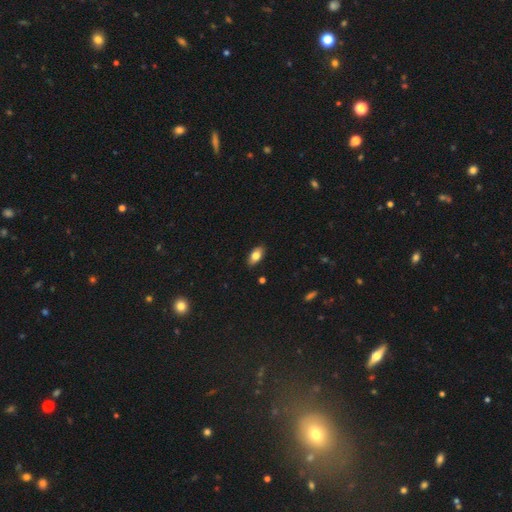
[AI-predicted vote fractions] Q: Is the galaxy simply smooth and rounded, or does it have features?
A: smooth — 77%.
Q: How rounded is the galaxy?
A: in between — 91%.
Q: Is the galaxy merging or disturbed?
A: none — 87%.